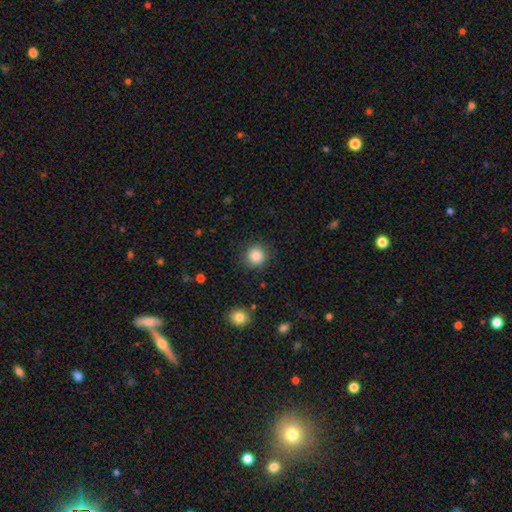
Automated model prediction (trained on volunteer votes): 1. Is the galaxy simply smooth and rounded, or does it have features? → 86% smooth, 10% star or artifact, 4% featured or disk.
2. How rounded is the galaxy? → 92% round, 7% in between, 1% cigar-shaped.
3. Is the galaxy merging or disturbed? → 86% none, 9% minor disturbance, 3% major disturbance, 1% merger.